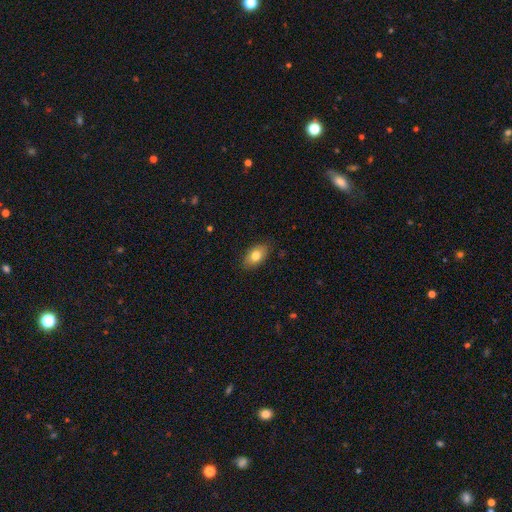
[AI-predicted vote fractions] Morphology: type=smooth (79%); roundness=in between (88%); merging=none (86%).